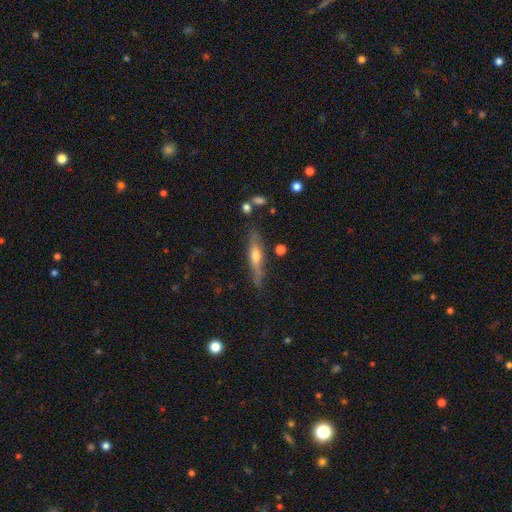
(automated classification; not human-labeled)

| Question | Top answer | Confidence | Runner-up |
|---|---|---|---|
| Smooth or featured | featured or disk | 53% | smooth (40%) |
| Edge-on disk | yes | 89% | no (11%) |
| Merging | none | 75% | minor disturbance (17%) |